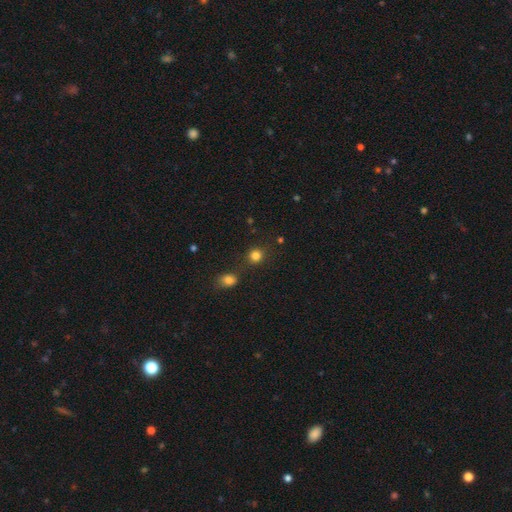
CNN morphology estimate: Smooth or featured? Predicted: smooth (p=0.81). How rounded? Predicted: round (p=0.88). Merging? Predicted: none (p=0.78).